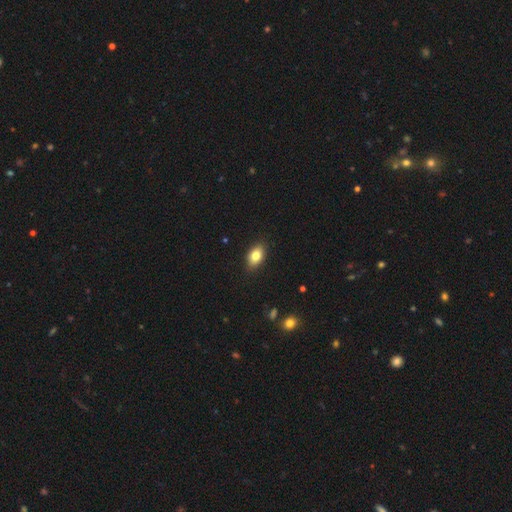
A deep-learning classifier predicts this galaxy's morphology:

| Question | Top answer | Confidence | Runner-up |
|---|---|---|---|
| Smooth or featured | smooth | 80% | featured or disk (11%) |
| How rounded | in between | 86% | round (12%) |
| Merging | none | 88% | minor disturbance (9%) |